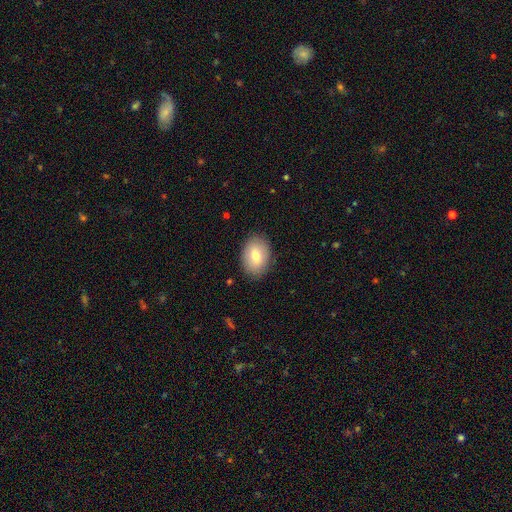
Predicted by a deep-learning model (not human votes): Q: Smooth or featured?
A: smooth (76%); runner-up: featured or disk (17%)
Q: How rounded?
A: in between (79%); runner-up: round (20%)
Q: Merging?
A: none (87%); runner-up: minor disturbance (9%)